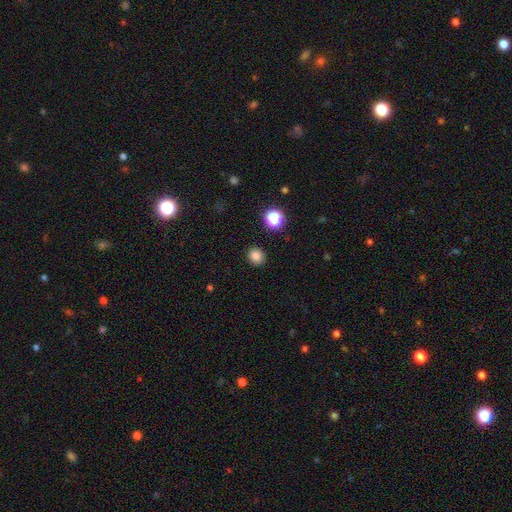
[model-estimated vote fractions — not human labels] Q: Smooth or featured?
A: smooth (82%); runner-up: star or artifact (13%)
Q: How rounded?
A: round (81%); runner-up: in between (18%)
Q: Merging?
A: none (90%); runner-up: minor disturbance (6%)